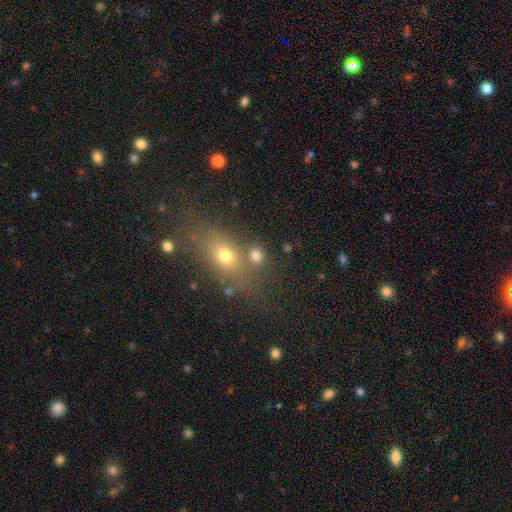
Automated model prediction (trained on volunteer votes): A smooth galaxy with no disk features (75%) that is round (58%). Merging: none (64%).